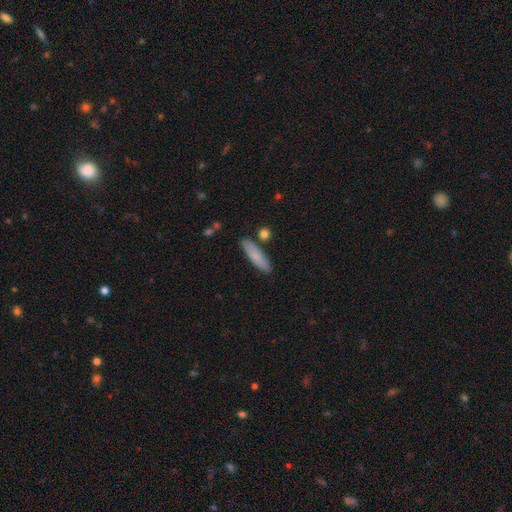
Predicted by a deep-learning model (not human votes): smooth_or_featured: smooth (p=0.79) [alt: featured or disk p=0.15]
how_rounded: cigar-shaped (p=0.74) [alt: in between p=0.24]
merging: none (p=0.83) [alt: minor disturbance p=0.10]